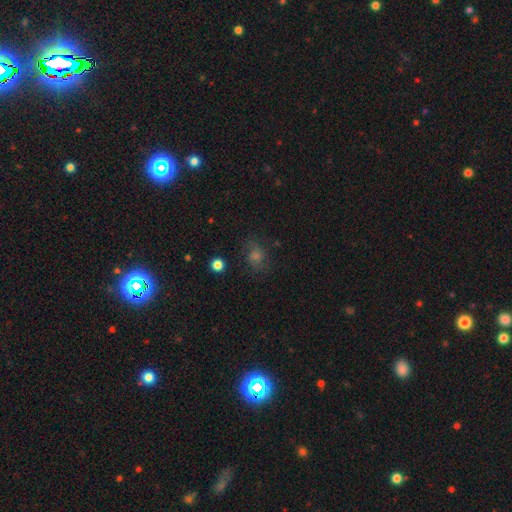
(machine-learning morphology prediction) type=smooth (42%); merging=none (73%).